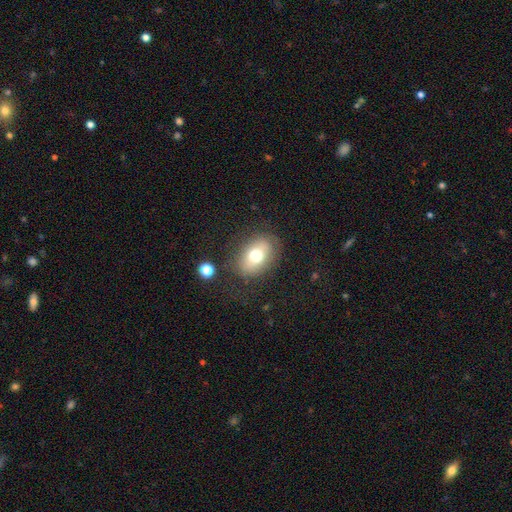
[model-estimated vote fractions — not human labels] This is likely a smooth galaxy (69%). How rounded: likely in between (78%). Merging: likely none (79%).